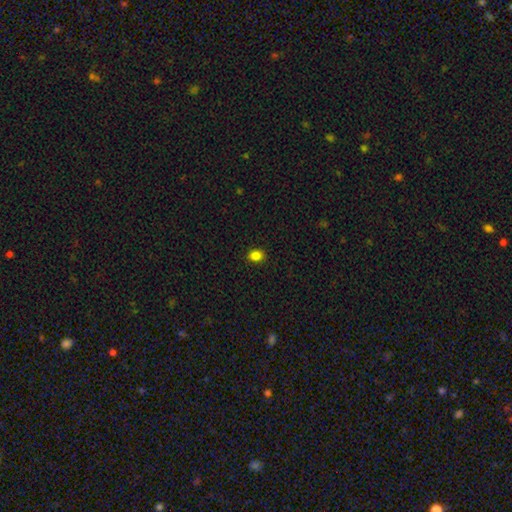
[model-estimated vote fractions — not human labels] smooth-or-featured: smooth: 85% | star or artifact: 12% | featured or disk: 3%
  how-rounded: in between: 53% | round: 46% | cigar-shaped: 1%
  merging: none: 90% | minor disturbance: 7% | major disturbance: 2% | merger: 1%